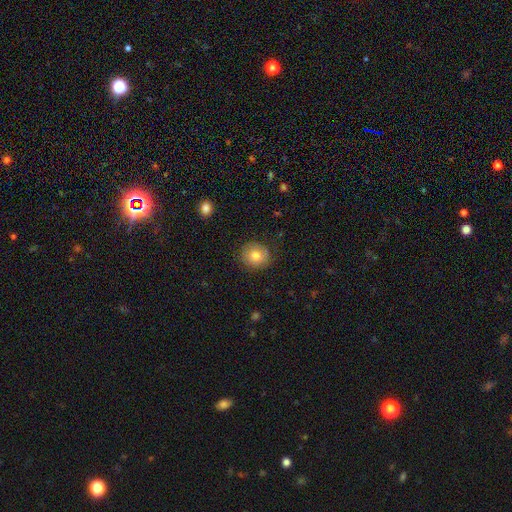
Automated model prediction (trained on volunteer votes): Overall: smooth (76%). How rounded: round (77%). Merging: none (79%).